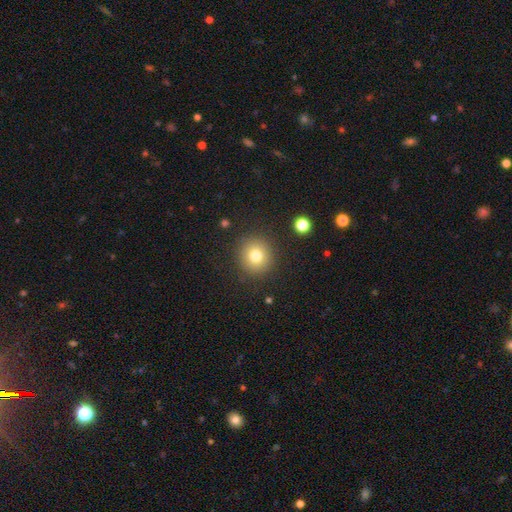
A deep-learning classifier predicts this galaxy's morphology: smooth_or_featured: smooth (p=0.77) [alt: star or artifact p=0.13]
how_rounded: round (p=0.91) [alt: in between p=0.08]
merging: none (p=0.88) [alt: minor disturbance p=0.07]